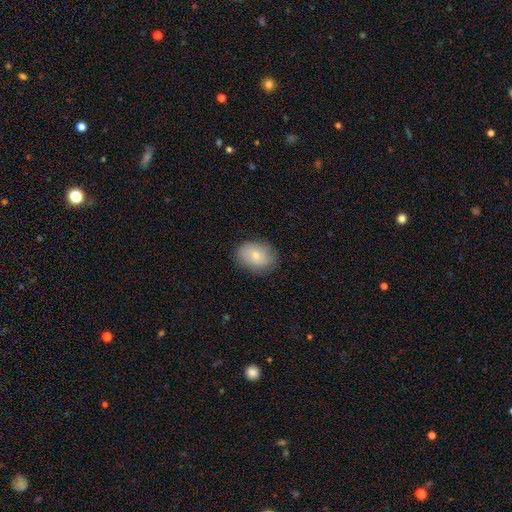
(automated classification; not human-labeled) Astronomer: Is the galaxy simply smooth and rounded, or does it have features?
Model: smooth — 75%.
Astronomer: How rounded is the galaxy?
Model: in between — 68%.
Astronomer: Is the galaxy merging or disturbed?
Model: none — 80%.